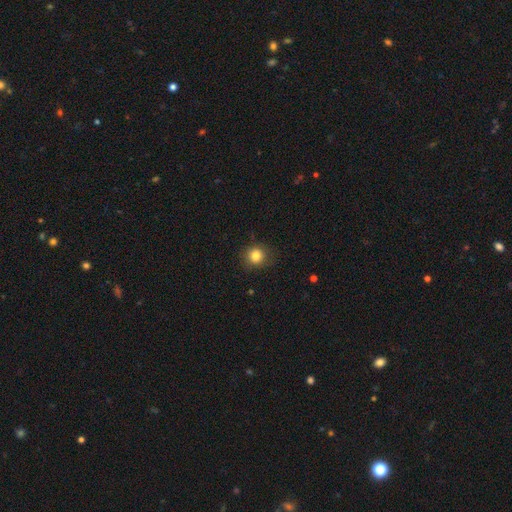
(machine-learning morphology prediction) smooth-or-featured: smooth: 84% | star or artifact: 11% | featured or disk: 5%
  how-rounded: round: 87% | in between: 12% | cigar-shaped: 1%
  merging: none: 83% | minor disturbance: 13% | major disturbance: 4% | merger: 1%